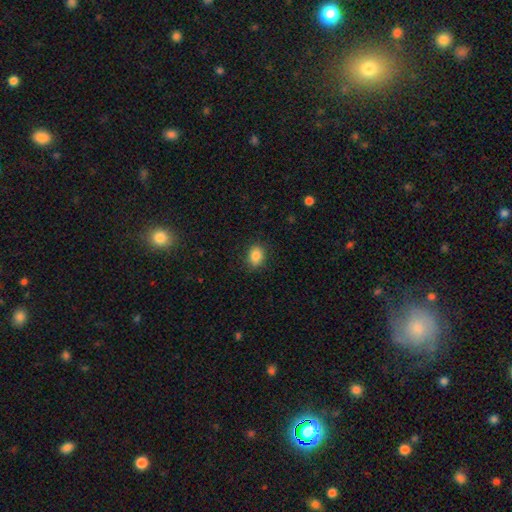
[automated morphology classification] Q: Smooth or featured?
A: smooth (85%); runner-up: star or artifact (9%)
Q: How rounded?
A: in between (60%); runner-up: round (39%)
Q: Merging?
A: none (87%); runner-up: minor disturbance (10%)